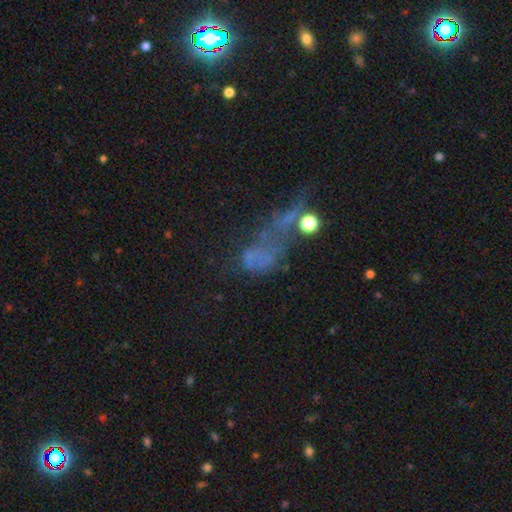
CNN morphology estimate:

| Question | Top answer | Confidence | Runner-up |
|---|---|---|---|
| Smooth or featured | featured or disk | 36% | star or artifact (33%) |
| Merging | major disturbance | 43% | none (24%) |